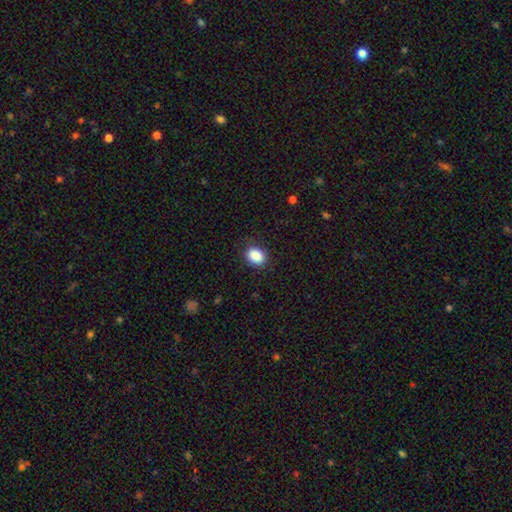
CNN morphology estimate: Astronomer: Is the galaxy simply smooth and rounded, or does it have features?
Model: smooth — 89%.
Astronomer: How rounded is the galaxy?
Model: in between — 65%.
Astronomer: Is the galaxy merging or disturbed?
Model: none — 85%.